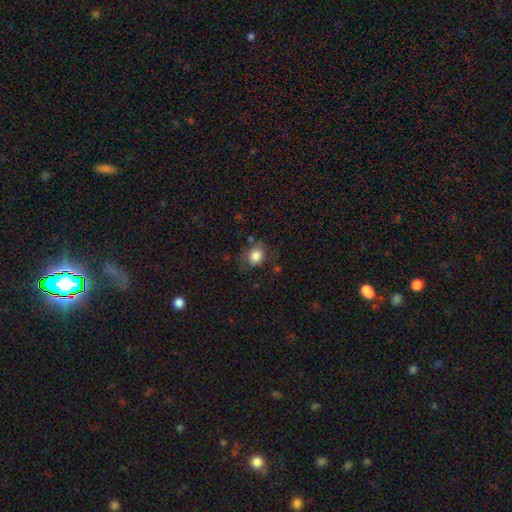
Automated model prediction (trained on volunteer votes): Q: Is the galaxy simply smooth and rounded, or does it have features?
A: smooth — 82%.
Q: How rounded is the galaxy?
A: round — 60%.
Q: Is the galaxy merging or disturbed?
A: none — 66%.